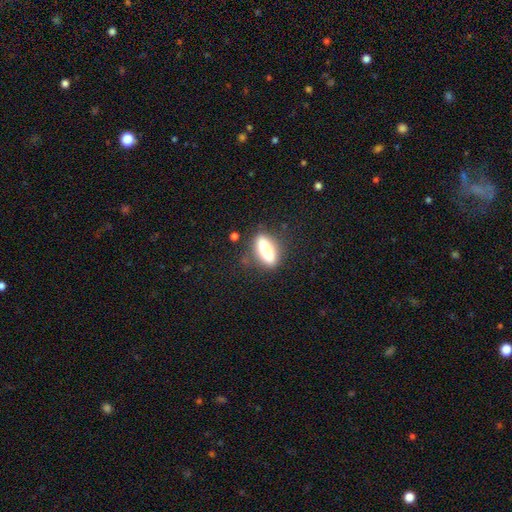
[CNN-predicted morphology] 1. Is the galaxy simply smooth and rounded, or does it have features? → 71% smooth, 20% featured or disk, 9% star or artifact.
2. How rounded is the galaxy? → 51% in between, 45% cigar-shaped, 4% round.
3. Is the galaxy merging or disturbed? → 79% none, 14% minor disturbance, 5% major disturbance, 2% merger.